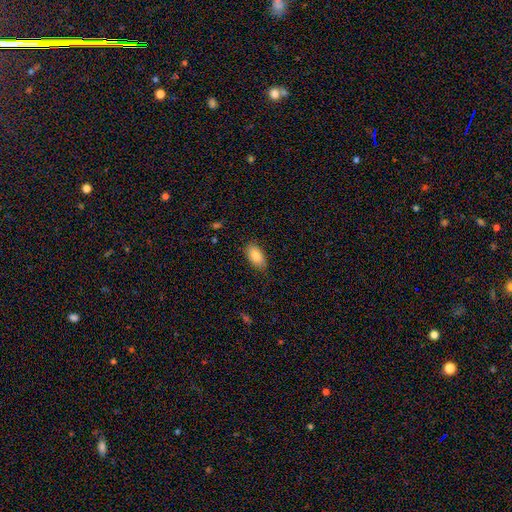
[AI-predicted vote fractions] smooth 86%, featured or disk 8%, star or artifact 7%. Down the decision tree: how rounded — in between (94%); merging — none (84%).